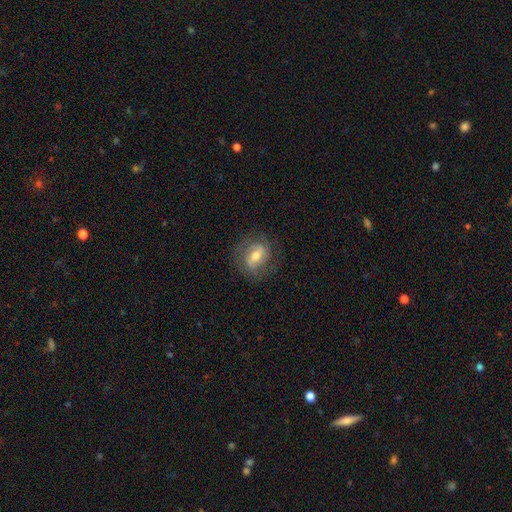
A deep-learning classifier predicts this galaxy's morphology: featured or disk 58%, smooth 33%, star or artifact 9%. Down the decision tree: edge-on disk — no (94%); bar — weak (45%); spiral arms — yes (75%); bulge size — moderate (65%); merging — none (74%).